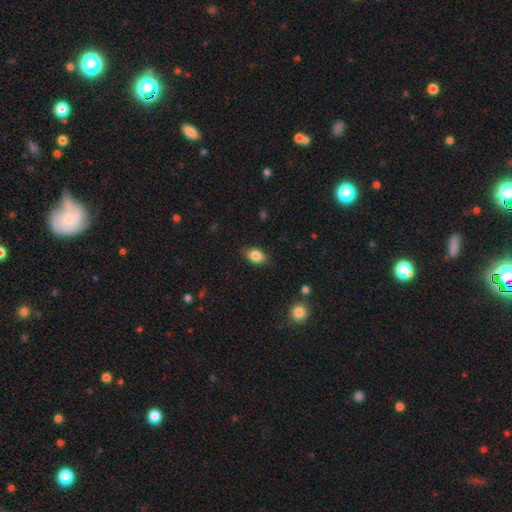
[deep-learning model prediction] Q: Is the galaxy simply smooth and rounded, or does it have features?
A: smooth — 85%.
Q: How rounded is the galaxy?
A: in between — 81%.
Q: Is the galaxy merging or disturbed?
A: none — 83%.